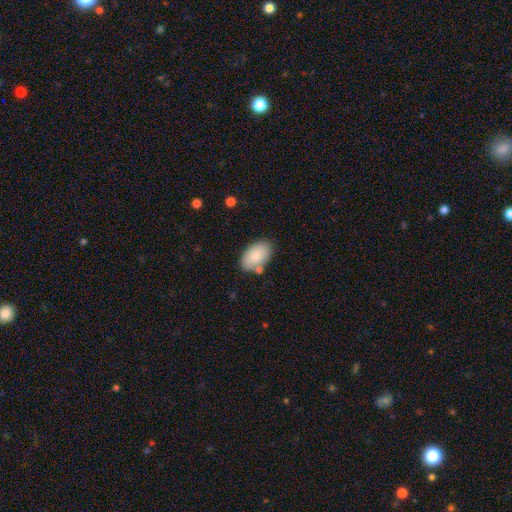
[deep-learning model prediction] This appears to be a smooth galaxy with no disk features (82%) that is in between round and cigar-shaped (94%). Merging: none (78%).